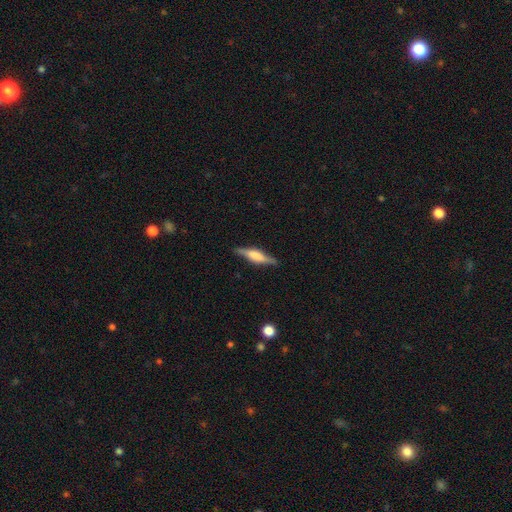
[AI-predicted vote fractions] smooth_or_featured: featured or disk (p=0.63) [alt: smooth p=0.30]
disk_edge_on: yes (p=0.96) [alt: no p=0.04]
edge_on_bulge: rounded (p=0.51) [alt: boxy p=0.43]
merging: none (p=0.86) [alt: minor disturbance p=0.10]